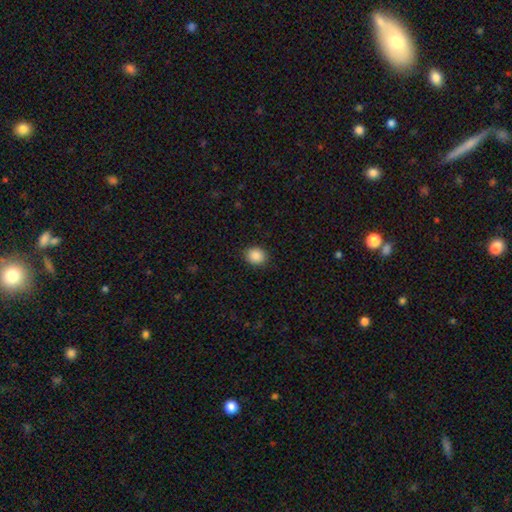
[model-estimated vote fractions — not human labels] smooth_or_featured: smooth (p=0.88) [alt: star or artifact p=0.09]
how_rounded: round (p=0.67) [alt: in between p=0.32]
merging: none (p=0.90) [alt: minor disturbance p=0.07]